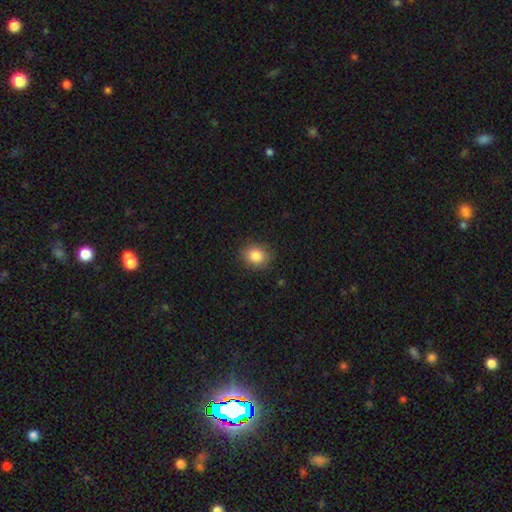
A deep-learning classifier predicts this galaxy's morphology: Smooth or featured? smooth (85%)
How rounded? round (67%)
Merging? none (86%)